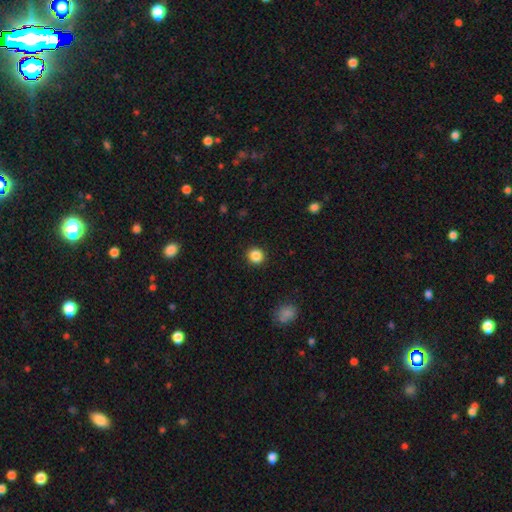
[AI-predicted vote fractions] Smooth or featured? smooth (86%)
How rounded? round (91%)
Merging? none (92%)